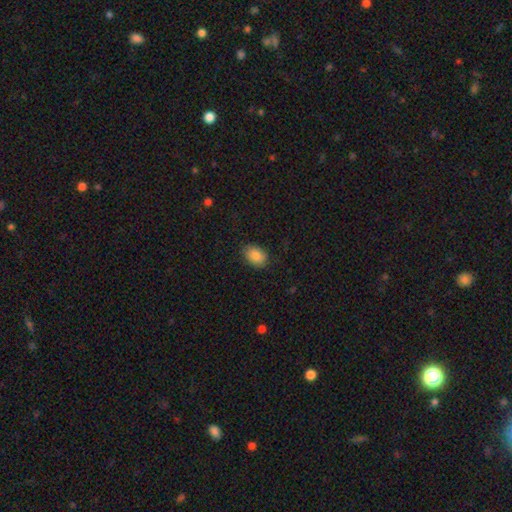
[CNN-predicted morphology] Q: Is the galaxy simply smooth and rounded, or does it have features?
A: smooth — 87%.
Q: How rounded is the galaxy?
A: in between — 79%.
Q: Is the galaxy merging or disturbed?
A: none — 83%.